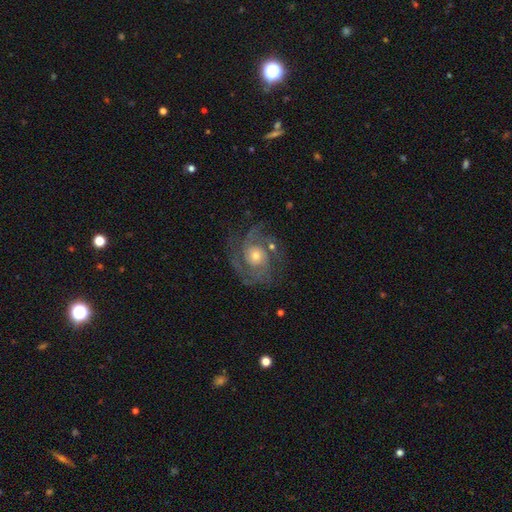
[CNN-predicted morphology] smooth_or_featured: featured or disk (p=0.88) [alt: star or artifact p=0.06]
disk_edge_on: no (p=0.98) [alt: yes p=0.02]
bar: no (p=0.75) [alt: weak p=0.20]
has_spiral_arms: yes (p=0.97) [alt: no p=0.03]
spiral_winding: tight (p=0.49) [alt: medium p=0.42]
spiral_arm_count: 2 (p=0.37) [alt: 3 p=0.31]
bulge_size: moderate (p=0.56) [alt: small p=0.38]
merging: none (p=0.71) [alt: minor disturbance p=0.15]